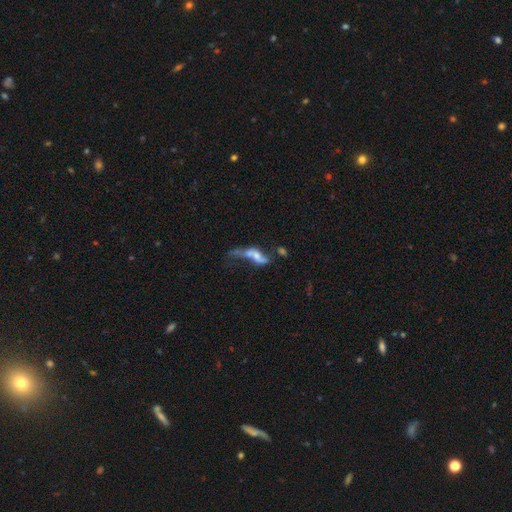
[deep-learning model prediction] Overall: featured or disk (57%; smooth 32%). Edge-on disk: no (85%). Merging: merger (39%; major disturbance 32%).